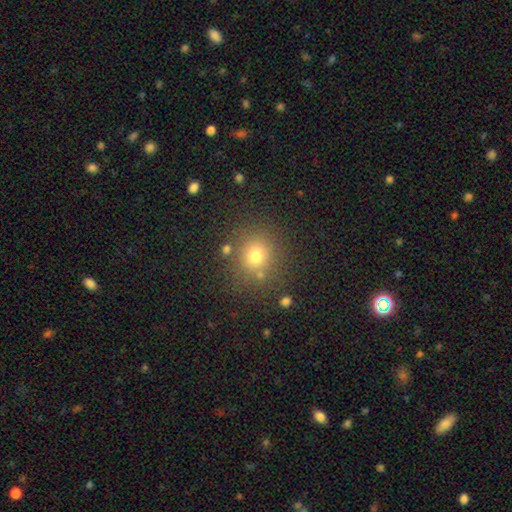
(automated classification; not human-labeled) Morphology: type=smooth (73%); roundness=round (87%); merging=none (79%).